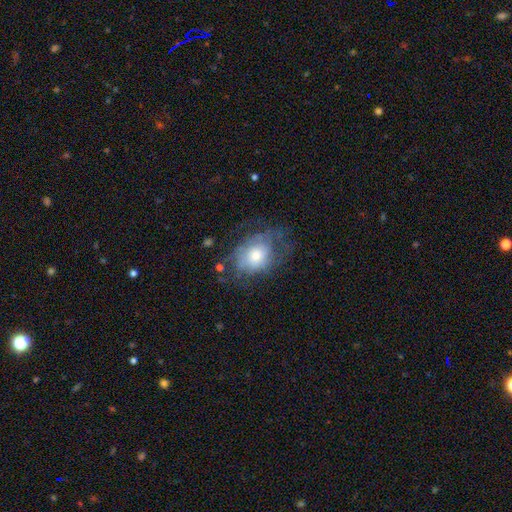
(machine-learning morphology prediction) Overall: smooth (49%; featured or disk 42%). Merging: none (47%; minor disturbance 27%).